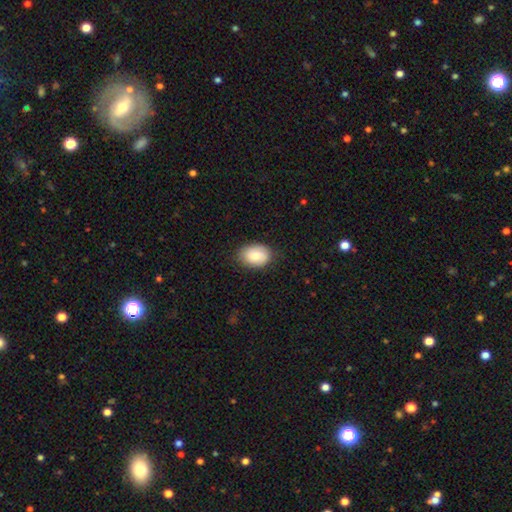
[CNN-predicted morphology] This is clearly a smooth galaxy (82%). How rounded: likely in between (77%). Merging: clearly none (81%).